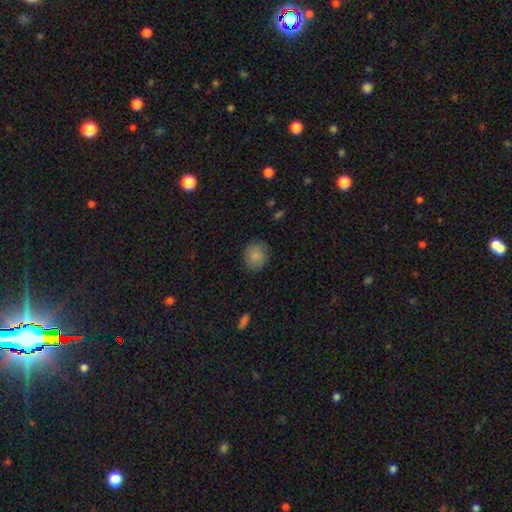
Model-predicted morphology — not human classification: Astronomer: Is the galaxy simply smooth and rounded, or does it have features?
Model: smooth — 87%.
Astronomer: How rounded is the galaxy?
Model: round — 76%.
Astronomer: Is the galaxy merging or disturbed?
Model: none — 83%.